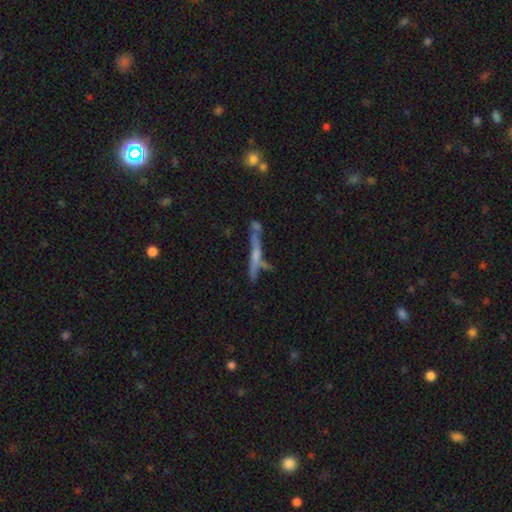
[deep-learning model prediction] Smooth or featured?
  - featured or disk: 58% *
  - smooth: 33%
  - star or artifact: 10%
Edge-on disk?
  - yes: 89% *
  - no: 11%
Edge-on bulge?
  - none: 45% *
  - rounded: 44%
  - boxy: 12%
Merging?
  - none: 60% *
  - minor disturbance: 17%
  - merger: 15%
  - major disturbance: 7%